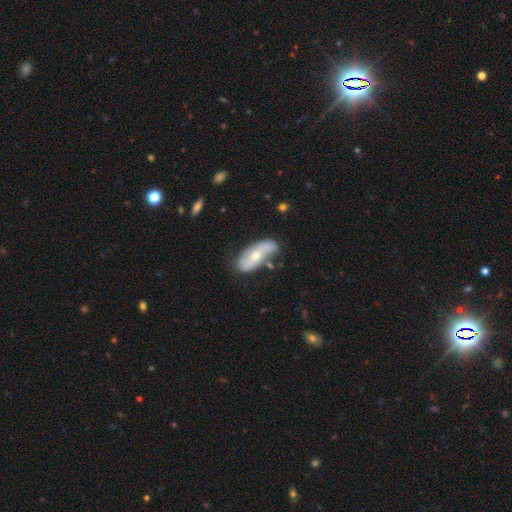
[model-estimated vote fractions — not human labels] smooth-or-featured: featured or disk: 59% | smooth: 35% | star or artifact: 6%
  disk-edge-on: no: 83% | yes: 17%
  merging: none: 60% | minor disturbance: 25% | major disturbance: 8% | merger: 7%